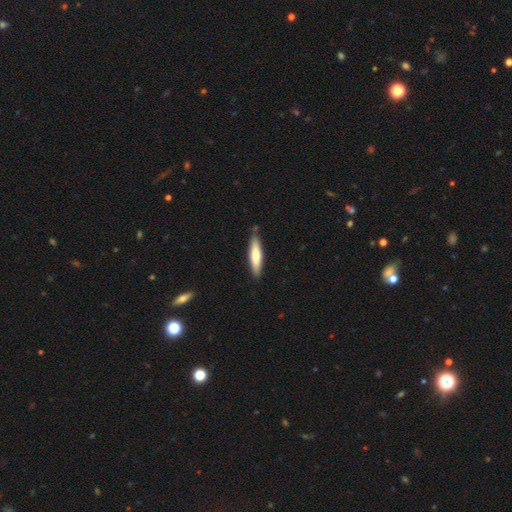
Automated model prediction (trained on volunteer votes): Overall: smooth (70%). How rounded: cigar-shaped (80%). Merging: none (84%).